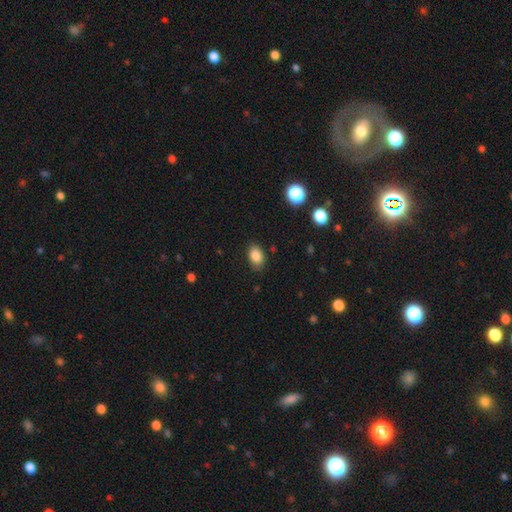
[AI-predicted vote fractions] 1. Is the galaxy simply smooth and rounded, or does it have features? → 85% smooth, 9% star or artifact, 6% featured or disk.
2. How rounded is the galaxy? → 83% in between, 15% round, 1% cigar-shaped.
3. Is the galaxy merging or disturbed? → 83% none, 13% minor disturbance, 3% major disturbance, 1% merger.